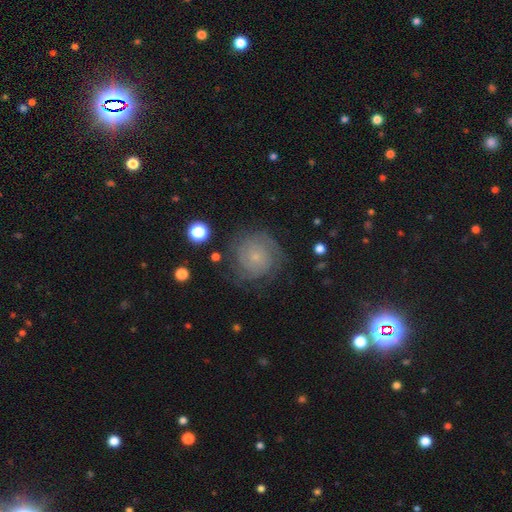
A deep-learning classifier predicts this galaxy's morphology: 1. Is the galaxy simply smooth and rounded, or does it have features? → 65% featured or disk, 24% smooth, 11% star or artifact.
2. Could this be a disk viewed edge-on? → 98% no, 2% yes.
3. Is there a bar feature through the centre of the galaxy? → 81% no, 16% weak, 3% strong.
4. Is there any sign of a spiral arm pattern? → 91% yes, 9% no.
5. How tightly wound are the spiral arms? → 68% tight, 24% medium, 8% loose.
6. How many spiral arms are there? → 39% can't tell, 29% 2, 14% 3, 7% 4, 6% 1, 5% more than 4.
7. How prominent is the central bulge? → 81% small, 11% moderate, 6% none, 1% large, 1% dominant.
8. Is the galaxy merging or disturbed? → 72% none, 17% minor disturbance, 9% major disturbance, 2% merger.